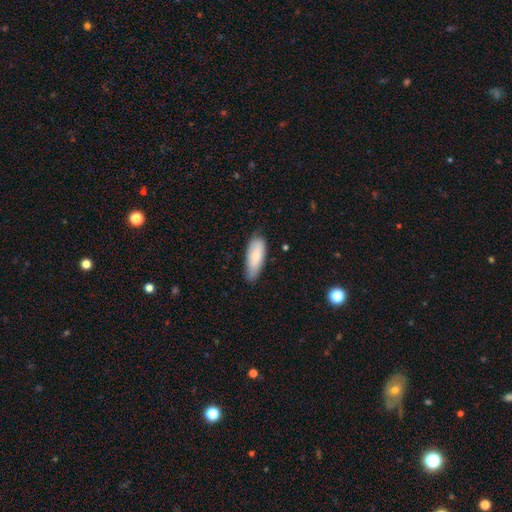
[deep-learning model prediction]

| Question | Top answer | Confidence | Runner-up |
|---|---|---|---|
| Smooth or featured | smooth | 79% | featured or disk (15%) |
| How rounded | in between | 73% | cigar-shaped (26%) |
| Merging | none | 72% | minor disturbance (23%) |